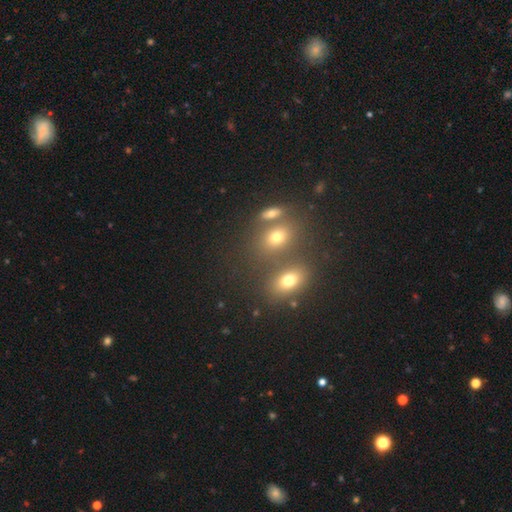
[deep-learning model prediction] This is possibly a smooth galaxy (49%). Merging: possibly merger (50%).